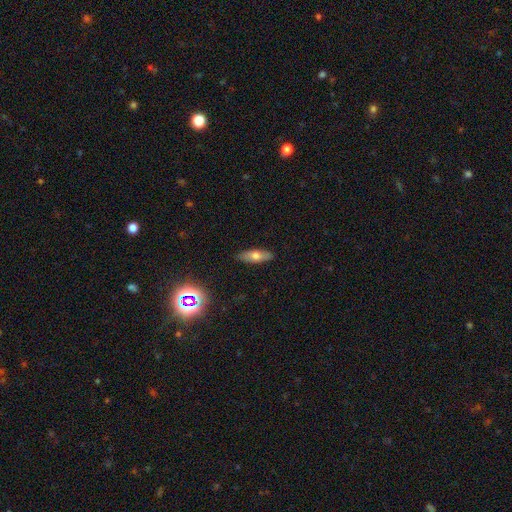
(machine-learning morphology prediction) type=smooth (63%); roundness=in between (56%); merging=none (88%).